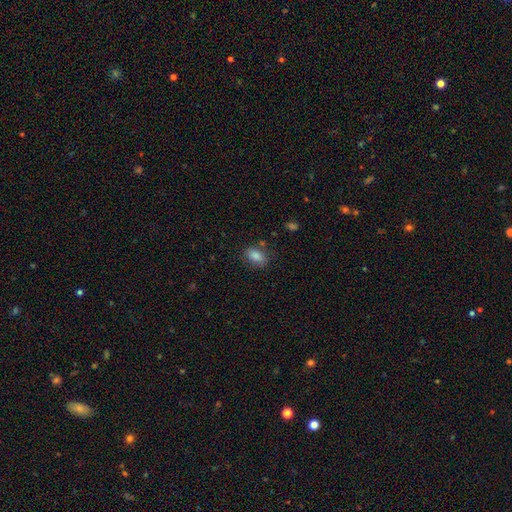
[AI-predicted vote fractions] Smooth or featured? smooth (85%)
How rounded? in between (87%)
Merging? none (79%)